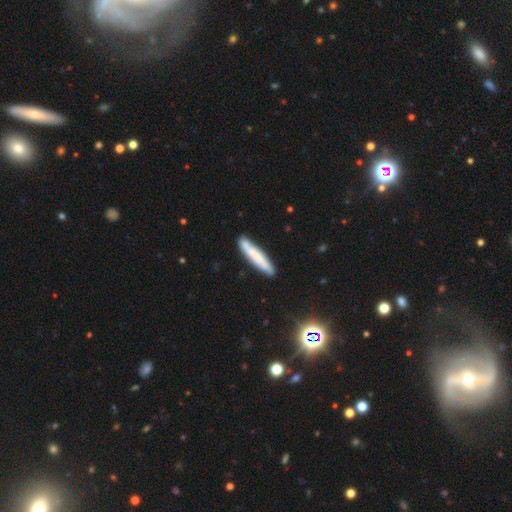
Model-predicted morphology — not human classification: Smooth or featured? smooth (65%)
How rounded? cigar-shaped (91%)
Merging? none (81%)